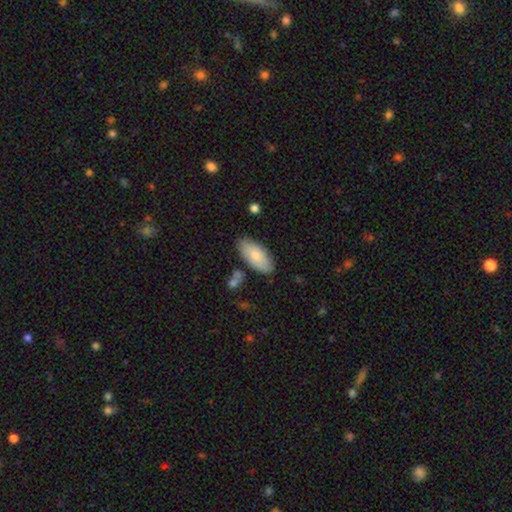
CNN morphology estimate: Smooth or featured? Predicted: smooth (p=0.77). How rounded? Predicted: in between (p=0.91). Merging? Predicted: none (p=0.79).